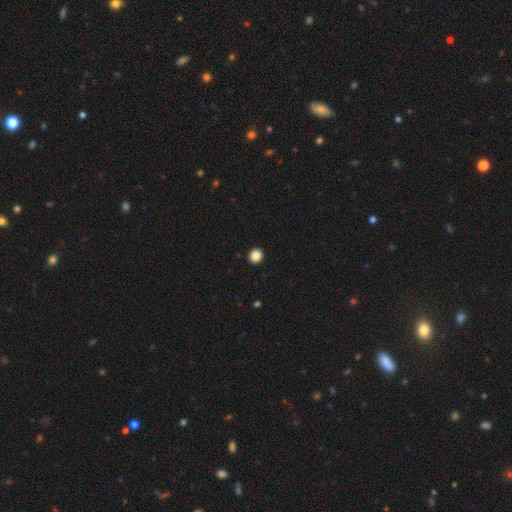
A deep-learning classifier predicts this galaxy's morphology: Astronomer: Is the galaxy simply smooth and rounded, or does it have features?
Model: smooth — 87%.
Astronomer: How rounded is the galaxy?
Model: round — 93%.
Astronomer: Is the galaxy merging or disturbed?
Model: none — 94%.